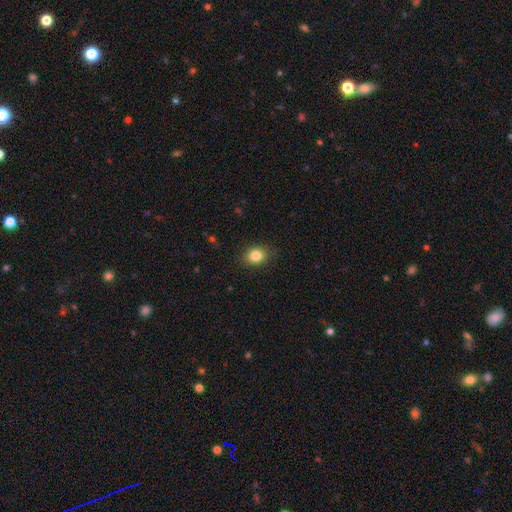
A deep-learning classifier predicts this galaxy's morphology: A smooth galaxy with no disk features (84%) that is in between round and cigar-shaped (50%).

Vote fractions:
- Smooth or featured? smooth: 84% / star or artifact: 10% / featured or disk: 6%
- How rounded? in between: 50% / round: 49% / cigar-shaped: 1%
- Merging? none: 85% / minor disturbance: 11% / major disturbance: 3% / merger: 1%